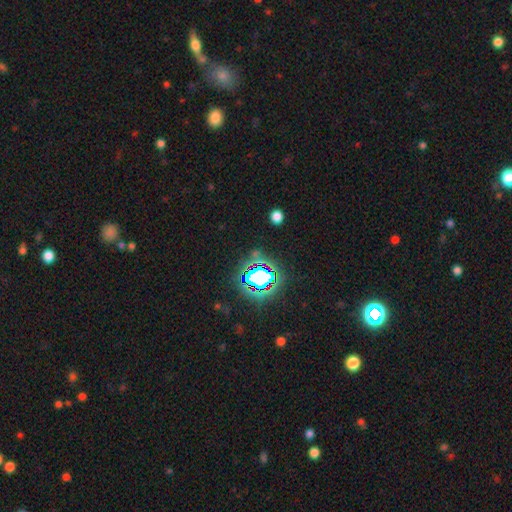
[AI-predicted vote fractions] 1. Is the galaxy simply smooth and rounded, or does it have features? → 76% star or artifact, 14% smooth, 9% featured or disk.